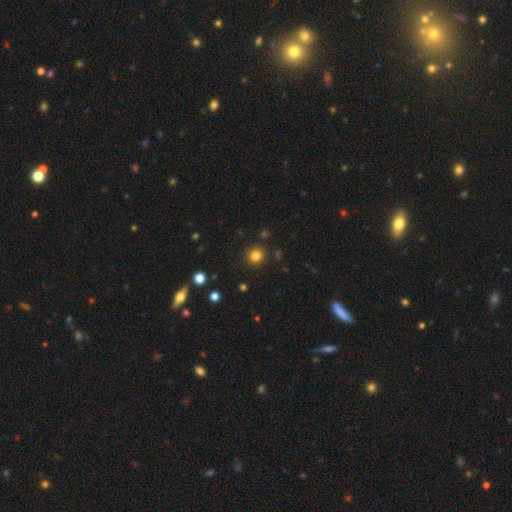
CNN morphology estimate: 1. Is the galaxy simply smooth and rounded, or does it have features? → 81% smooth, 14% star or artifact, 5% featured or disk.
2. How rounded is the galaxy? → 92% round, 8% in between, 1% cigar-shaped.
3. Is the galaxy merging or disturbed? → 90% none, 6% minor disturbance, 2% major disturbance, 2% merger.